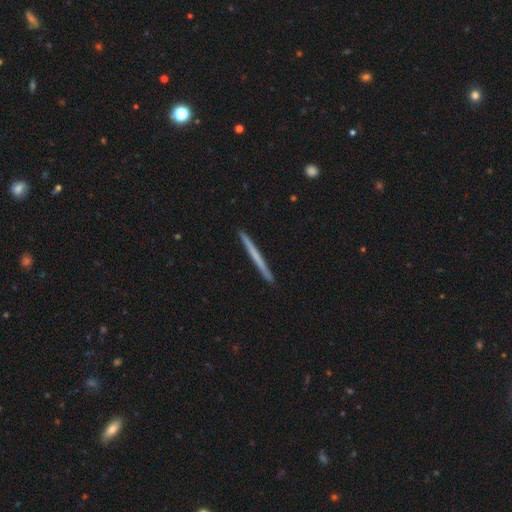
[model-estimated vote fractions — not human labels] Overall: smooth (51%; featured or disk 44%). How rounded: cigar-shaped (97%). Merging: none (93%).